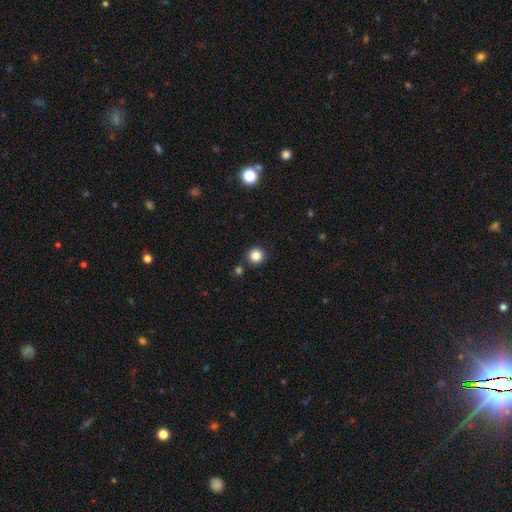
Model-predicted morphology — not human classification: A smooth galaxy with no disk features (85%) that is round (94%).

Vote fractions:
- Smooth or featured? smooth: 85% / star or artifact: 12% / featured or disk: 3%
- How rounded? round: 94% / in between: 5% / cigar-shaped: 1%
- Merging? none: 88% / minor disturbance: 6% / merger: 4% / major disturbance: 2%